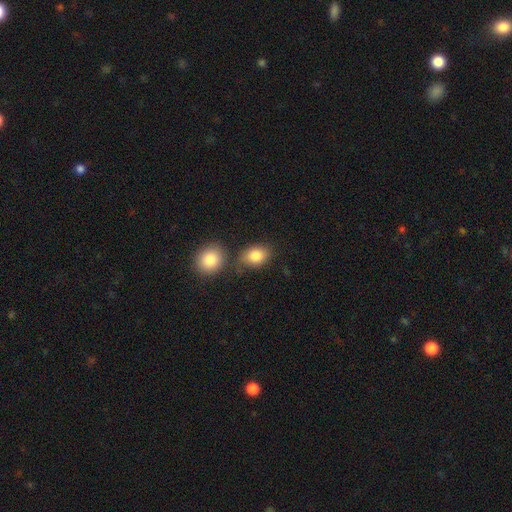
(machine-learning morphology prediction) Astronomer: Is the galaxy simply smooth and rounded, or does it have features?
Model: smooth — 85%.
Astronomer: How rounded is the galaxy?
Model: in between — 69%.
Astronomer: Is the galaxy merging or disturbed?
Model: none — 61%.